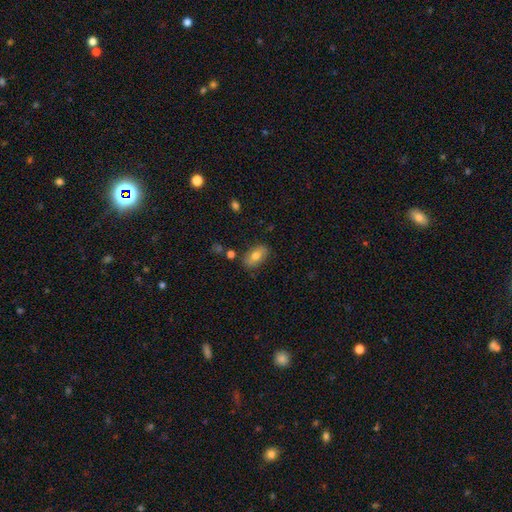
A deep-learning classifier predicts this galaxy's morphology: Smooth or featured? Predicted: smooth (p=0.73). How rounded? Predicted: in between (p=0.91). Merging? Predicted: none (p=0.81).